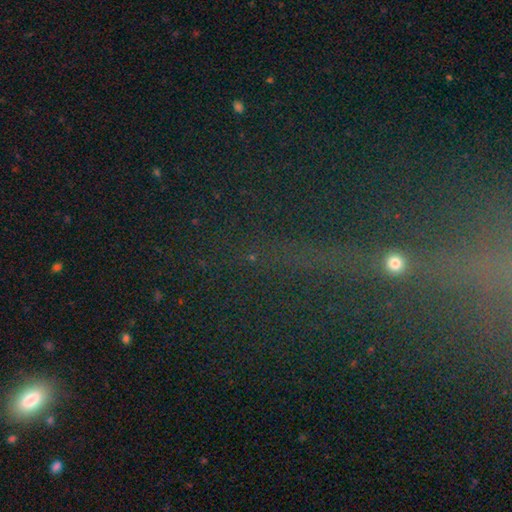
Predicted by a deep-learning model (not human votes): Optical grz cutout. It shows a star or artifact, not a galaxy (75%).